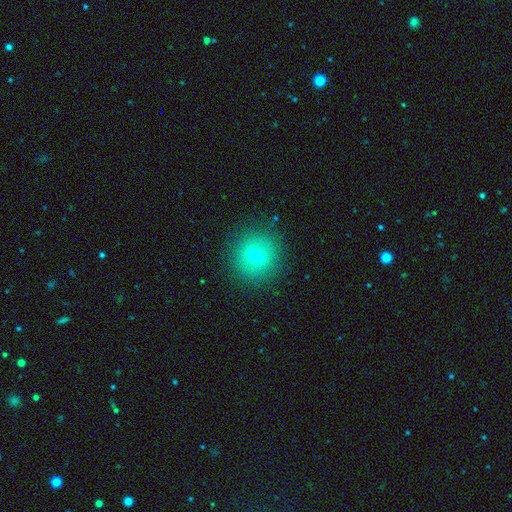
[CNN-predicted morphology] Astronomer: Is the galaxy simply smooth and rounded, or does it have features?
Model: smooth — 61%.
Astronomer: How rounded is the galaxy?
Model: round — 88%.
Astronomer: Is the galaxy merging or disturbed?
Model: none — 86%.